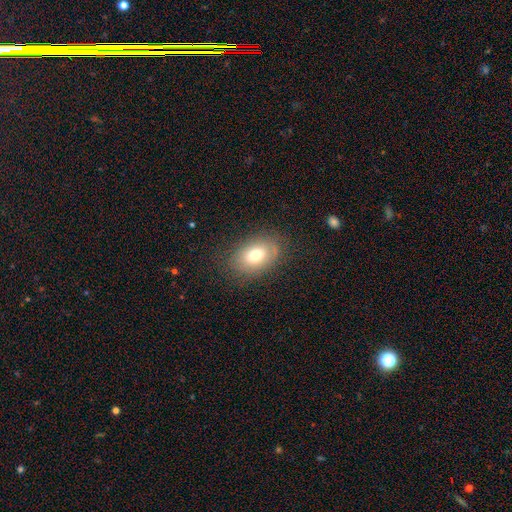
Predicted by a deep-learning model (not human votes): Morphology: type=smooth (72%); roundness=in between (83%); merging=none (80%).